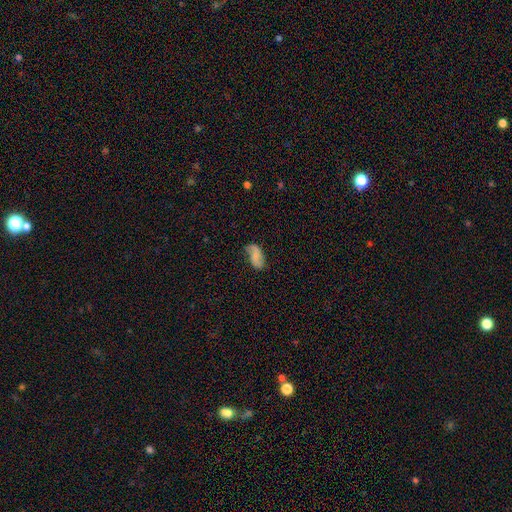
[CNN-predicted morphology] The model was most divided on "smooth or featured": smooth: 54%, featured or disk: 38%, star or artifact: 9%. More confident: how rounded — in between (93%); merging — none (60%).